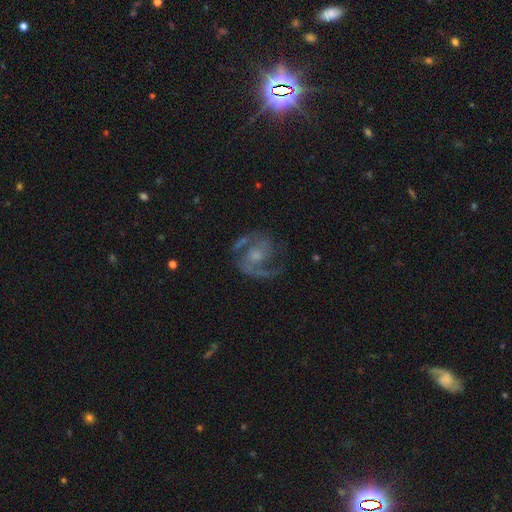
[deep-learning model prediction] Smooth or featured?
  - featured or disk: 88% *
  - star or artifact: 6%
  - smooth: 6%
Edge-on disk?
  - no: 98% *
  - yes: 2%
Bar?
  - no: 56% *
  - weak: 36%
  - strong: 8%
Spiral arms?
  - yes: 96% *
  - no: 4%
Spiral winding?
  - medium: 58% *
  - tight: 21%
  - loose: 21%
Spiral arm count?
  - 2: 85% *
  - 1: 5%
  - can't tell: 4%
  - 3: 3%
  - 4: 1%
  - more than 4: 1%
Bulge size?
  - small: 46% *
  - moderate: 38%
  - none: 11%
  - large: 4%
  - dominant: 1%
Merging?
  - none: 69% *
  - minor disturbance: 16%
  - major disturbance: 12%
  - merger: 3%